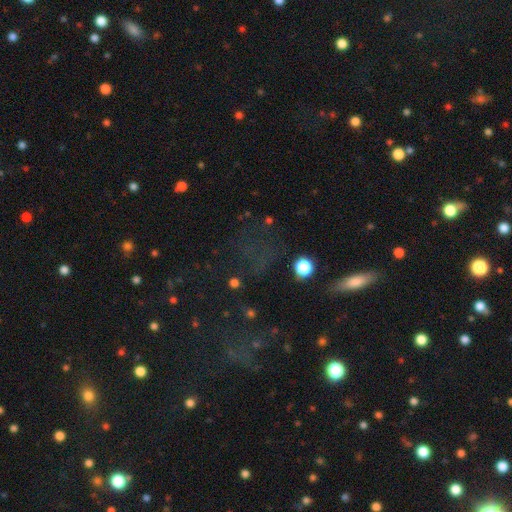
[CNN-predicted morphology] The model was most divided on "smooth or featured": star or artifact: 47%, smooth: 34%, featured or disk: 19%.